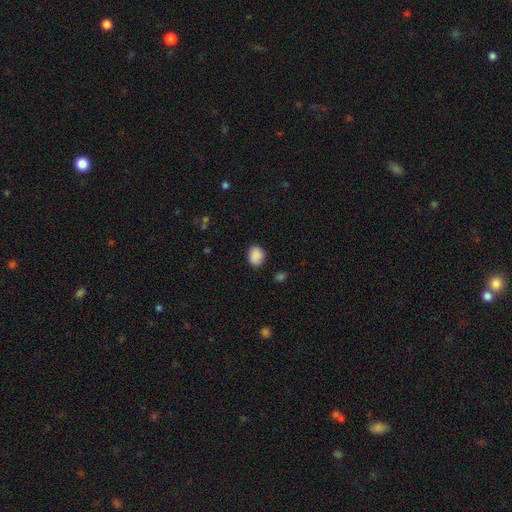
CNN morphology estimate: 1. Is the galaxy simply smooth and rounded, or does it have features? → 89% smooth, 8% star or artifact, 3% featured or disk.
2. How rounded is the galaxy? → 56% in between, 43% round, 1% cigar-shaped.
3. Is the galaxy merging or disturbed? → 83% none, 13% minor disturbance, 3% major disturbance, 1% merger.